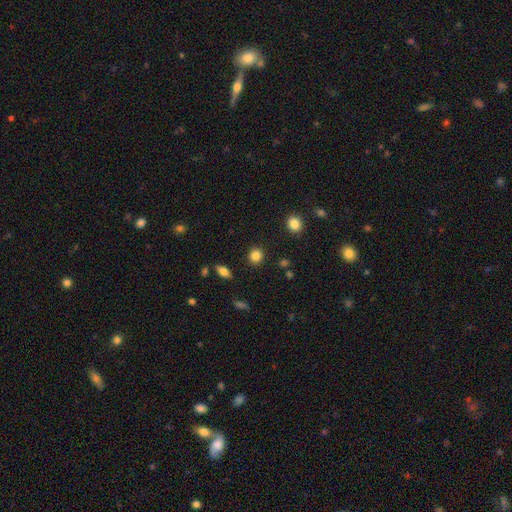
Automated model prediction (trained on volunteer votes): Smooth or featured? smooth (84%)
How rounded? round (86%)
Merging? none (90%)